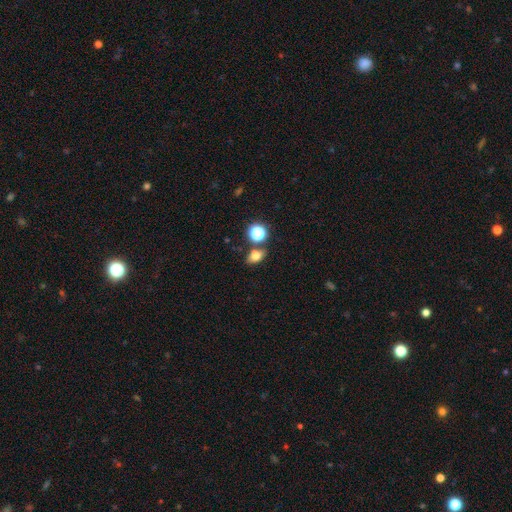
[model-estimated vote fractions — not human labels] Q: Smooth or featured?
A: smooth (73%); runner-up: star or artifact (16%)
Q: How rounded?
A: in between (71%); runner-up: round (27%)
Q: Merging?
A: none (70%); runner-up: merger (14%)